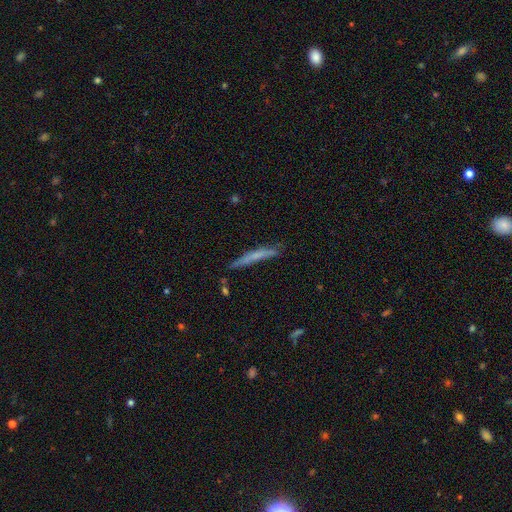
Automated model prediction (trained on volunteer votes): This appears to be a smooth galaxy with no disk features (56%) that is cigar-shaped (95%). Merging: none (69%).